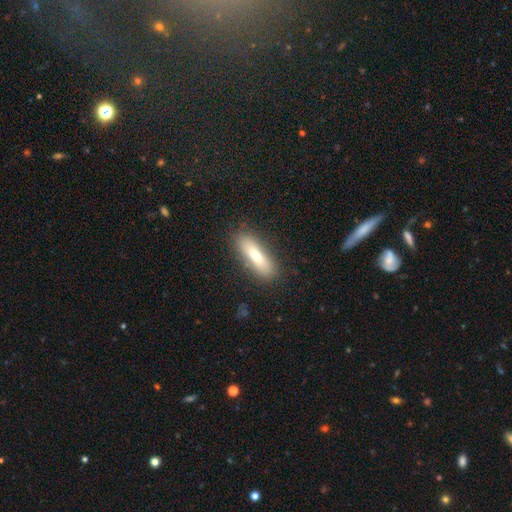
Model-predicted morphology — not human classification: Smooth or featured?
  - smooth: 65% *
  - featured or disk: 27%
  - star or artifact: 8%
How rounded?
  - cigar-shaped: 58% *
  - in between: 40%
  - round: 2%
Merging?
  - none: 85% *
  - minor disturbance: 10%
  - major disturbance: 3%
  - merger: 2%